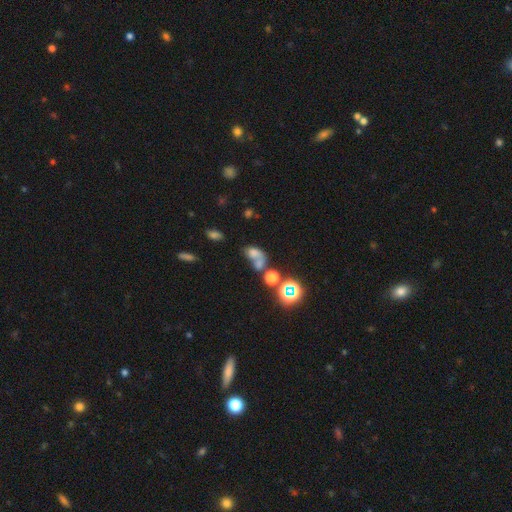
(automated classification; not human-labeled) The model was most divided on "how rounded": in between: 65%, round: 33%, cigar-shaped: 2%. More confident: smooth or featured — smooth (58%); merging — merger (56%).